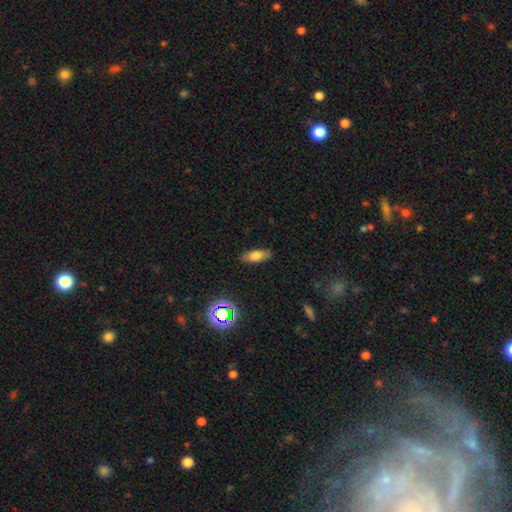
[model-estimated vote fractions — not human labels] Smooth or featured? Predicted: smooth (p=0.74). How rounded? Predicted: in between (p=0.79). Merging? Predicted: none (p=0.85).